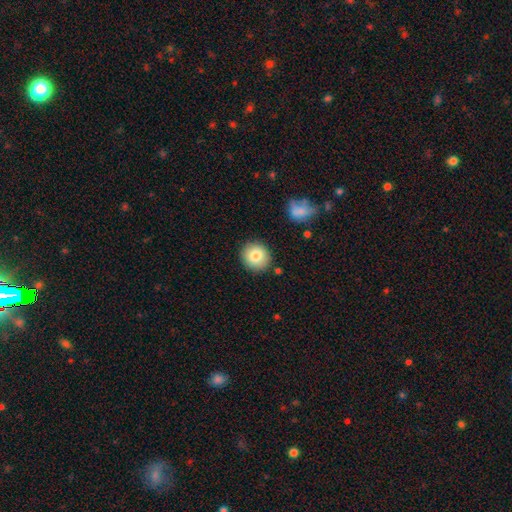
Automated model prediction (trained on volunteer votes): Smooth or featured: smooth — 82% (featured or disk — 9%)
How rounded: round — 91% (in between — 8%)
Merging: none — 88% (minor disturbance — 8%)